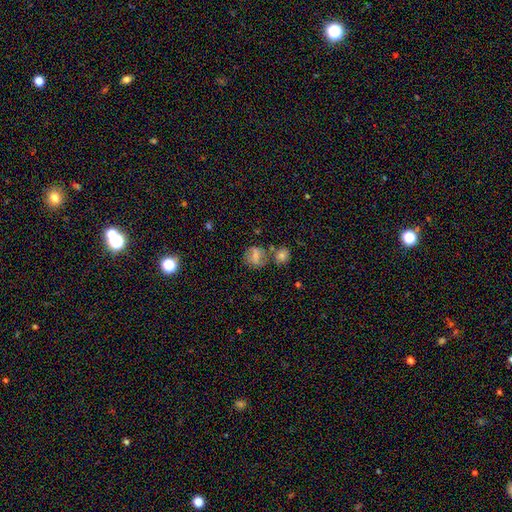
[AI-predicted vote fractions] Morphology: type=smooth (54%); roundness=round (58%); merging=none (55%).